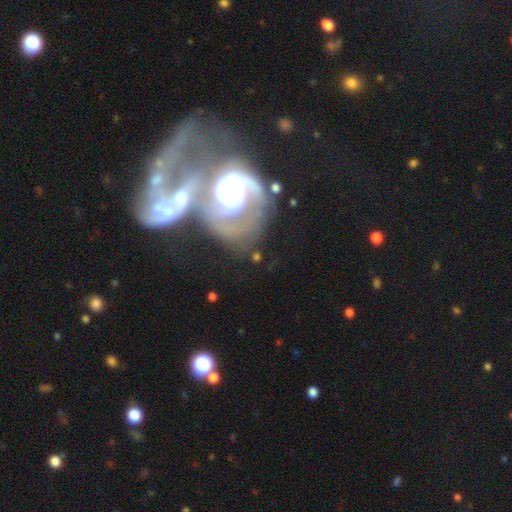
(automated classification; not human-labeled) Morphology: type=featured or disk (73%); edge-on=no (96%); bar=no (63%); spiral arms=yes (80%); winding=tight (44%); arm count=2 (35%); bulge=moderate (39%); merging=merger (46%).